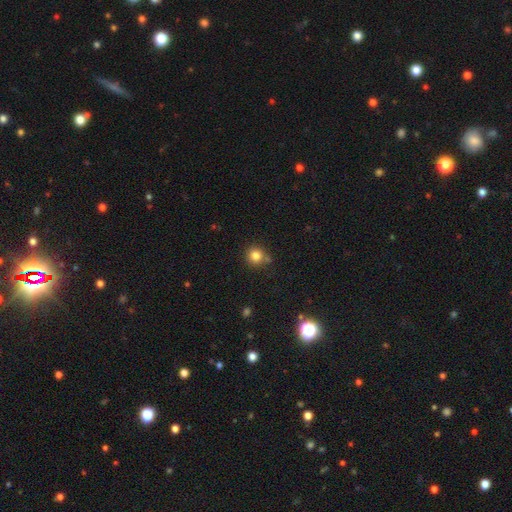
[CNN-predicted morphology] A smooth galaxy with no disk features (82%) that is round (92%).

Vote fractions:
- Smooth or featured? smooth: 82% / star or artifact: 12% / featured or disk: 6%
- How rounded? round: 92% / in between: 7% / cigar-shaped: 1%
- Merging? none: 75% / minor disturbance: 12% / merger: 10% / major disturbance: 3%